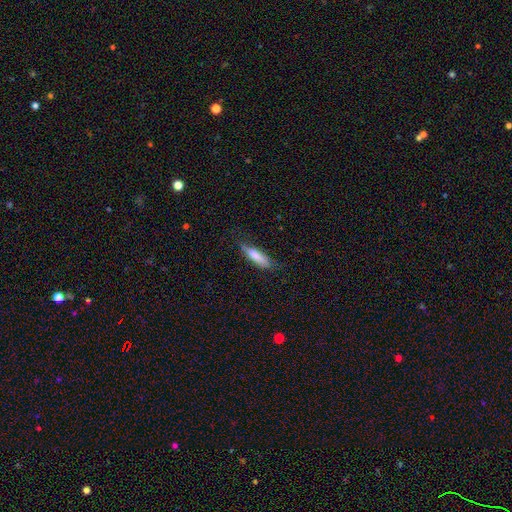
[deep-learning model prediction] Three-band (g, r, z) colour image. It shows a smooth galaxy with no disk features (74%) that is cigar-shaped (69%). Merging: none (68%).